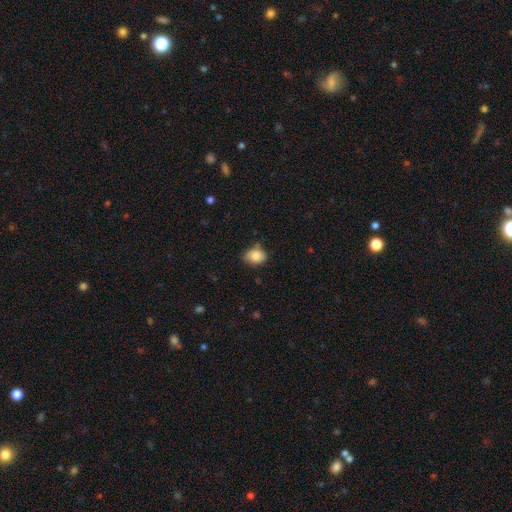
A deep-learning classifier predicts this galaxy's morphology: Overall: smooth (84%). How rounded: in between (57%; round 42%). Merging: none (65%; minor disturbance 28%).